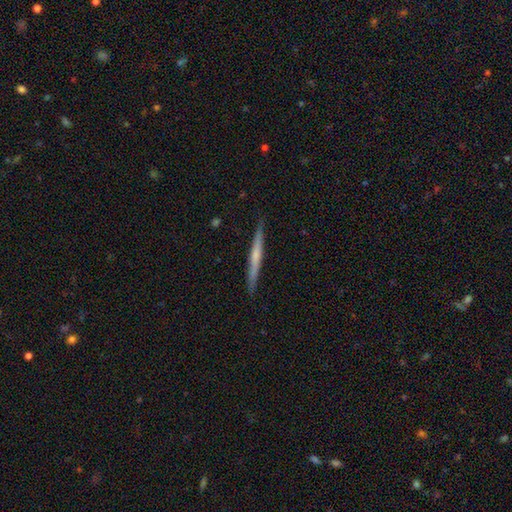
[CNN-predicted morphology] type=featured or disk (57%); edge-on=yes (98%); edge-on bulge=none (53%); merging=none (90%).